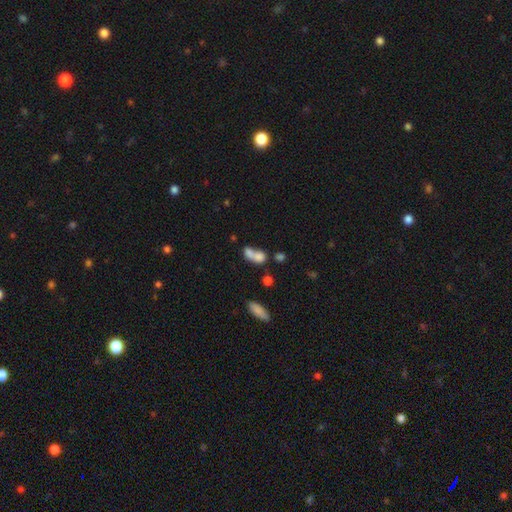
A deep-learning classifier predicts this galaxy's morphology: smooth 75%, featured or disk 16%, star or artifact 10%. Down the decision tree: how rounded — in between (61%); merging — merger (65%).